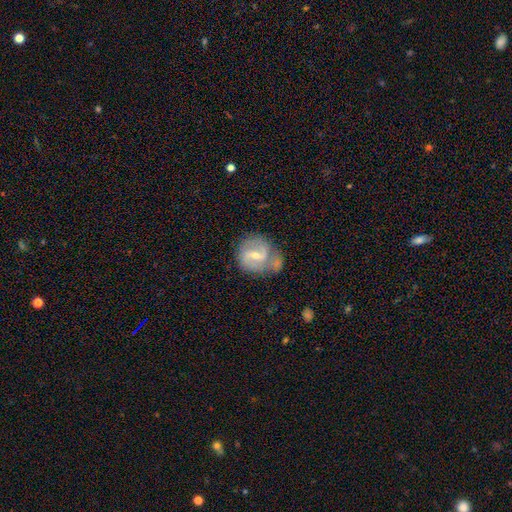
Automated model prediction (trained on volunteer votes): The model was most divided on "bulge size": small: 55%, moderate: 41%, none: 2%, large: 1%, dominant: 1%. Remaining: edge-on disk — no (98%); spiral arms — yes (91%); spiral arm count — 2 (85%); smooth or featured — featured or disk (79%); bar — weak (54%); spiral winding — medium (51%); merging — none (49%).